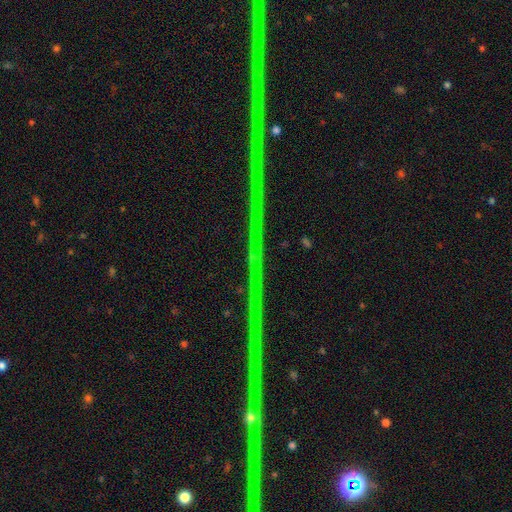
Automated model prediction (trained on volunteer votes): This appears to be a star or artifact, not a galaxy (87%).